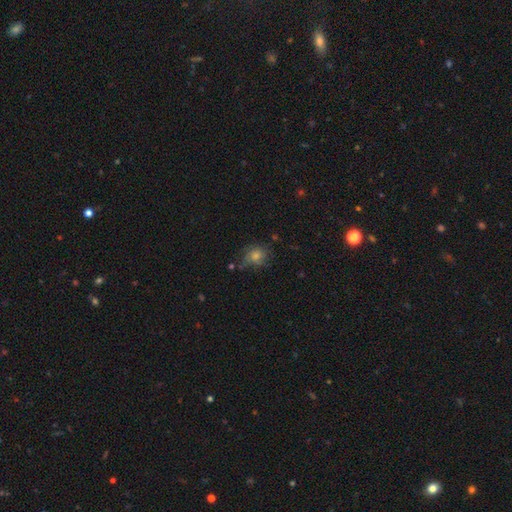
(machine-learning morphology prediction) This appears to be a smooth galaxy with no disk features (57%) that is round (74%). Merging: none (59%).